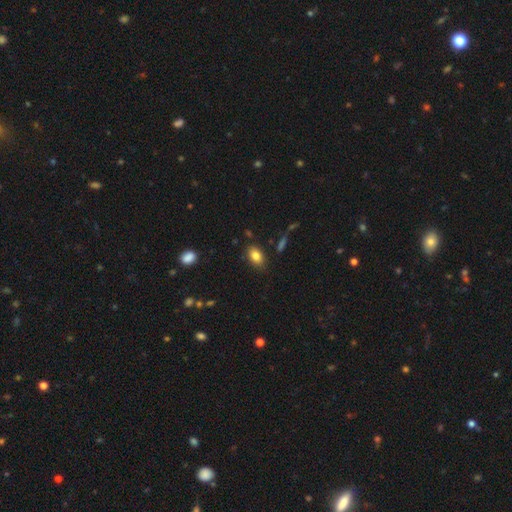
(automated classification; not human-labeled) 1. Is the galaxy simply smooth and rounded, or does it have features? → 83% smooth, 9% star or artifact, 8% featured or disk.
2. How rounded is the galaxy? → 86% in between, 11% round, 2% cigar-shaped.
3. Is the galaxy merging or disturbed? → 83% none, 12% minor disturbance, 3% major disturbance, 2% merger.